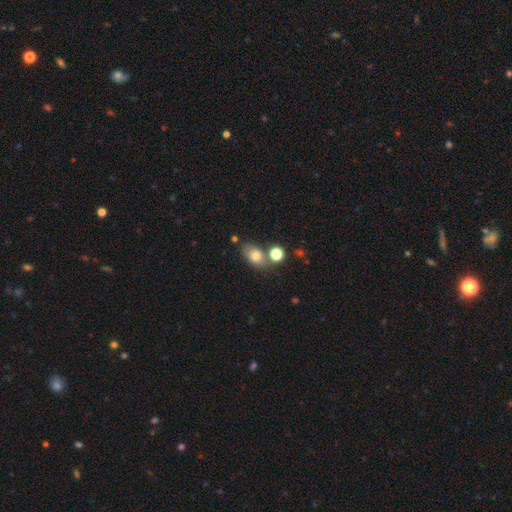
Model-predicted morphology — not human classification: smooth_or_featured: smooth (p=0.79) [alt: featured or disk p=0.11]
how_rounded: in between (p=0.76) [alt: round p=0.22]
merging: none (p=0.58) [alt: merger p=0.20]